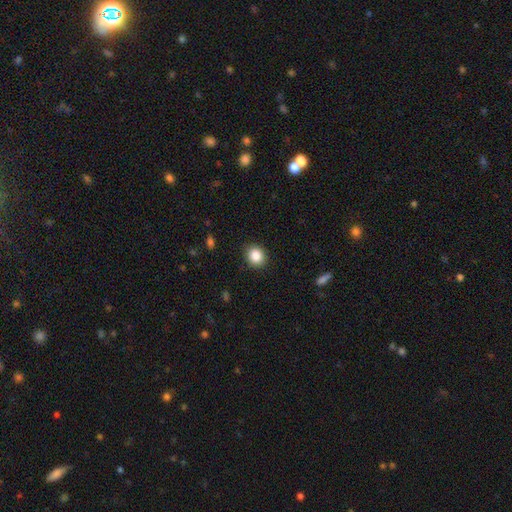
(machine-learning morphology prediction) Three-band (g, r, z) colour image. It shows a smooth galaxy with no disk features (86%) that is round (71%). Merging: none (89%).